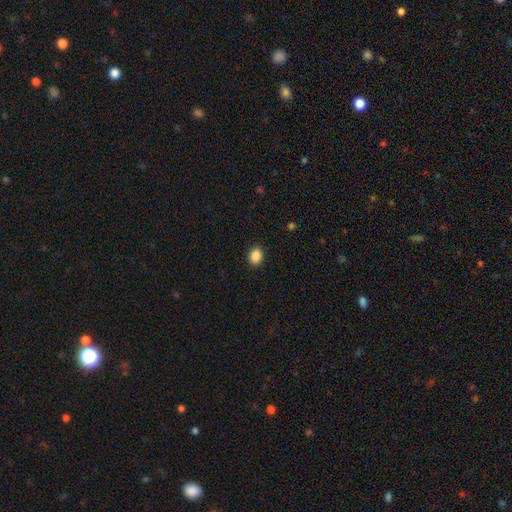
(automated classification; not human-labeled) Q: Smooth or featured?
A: smooth (88%); runner-up: star or artifact (9%)
Q: How rounded?
A: in between (60%); runner-up: round (39%)
Q: Merging?
A: none (90%); runner-up: minor disturbance (7%)